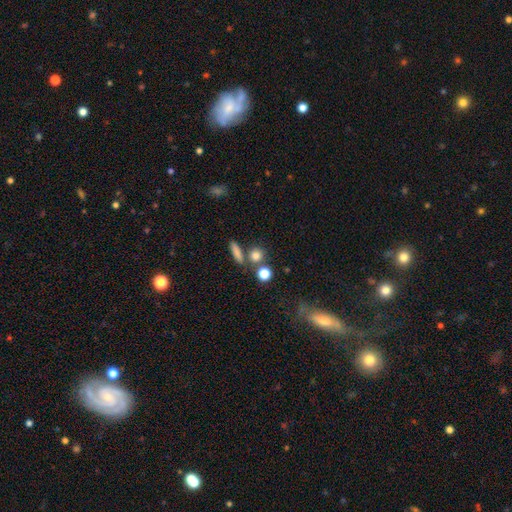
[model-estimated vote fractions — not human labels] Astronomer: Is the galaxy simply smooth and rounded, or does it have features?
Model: smooth — 80%.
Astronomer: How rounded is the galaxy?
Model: round — 79%.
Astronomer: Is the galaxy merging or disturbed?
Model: none — 69%.